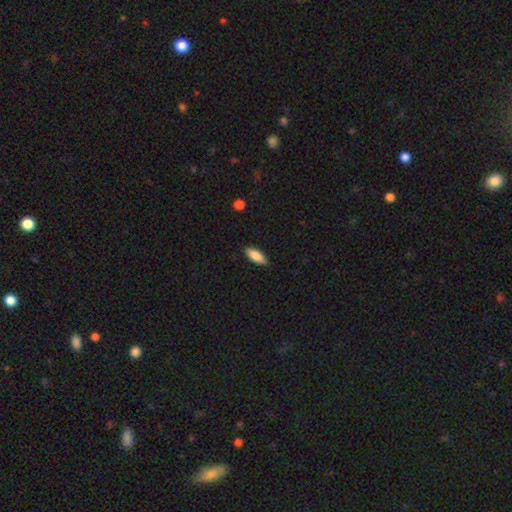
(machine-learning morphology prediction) Smooth or featured? smooth (85%)
How rounded? in between (75%)
Merging? none (87%)